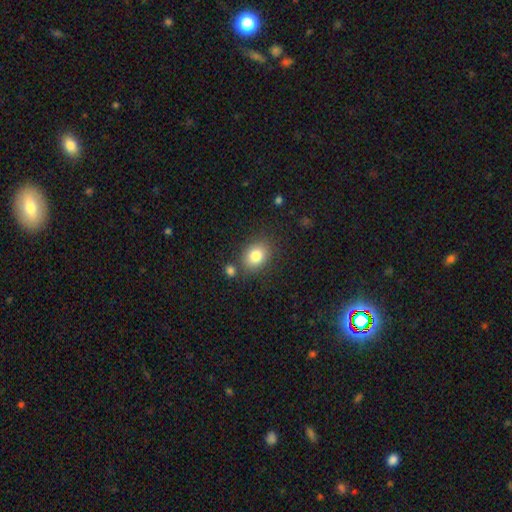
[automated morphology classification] smooth_or_featured: smooth (p=0.82) [alt: star or artifact p=0.10]
how_rounded: in between (p=0.52) [alt: round p=0.47]
merging: none (p=0.78) [alt: minor disturbance p=0.11]